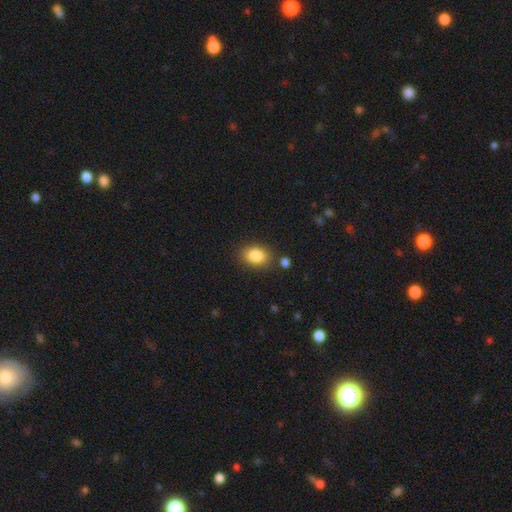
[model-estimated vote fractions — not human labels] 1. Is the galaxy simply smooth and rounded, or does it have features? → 86% smooth, 8% star or artifact, 6% featured or disk.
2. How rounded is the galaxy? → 75% in between, 24% round, 1% cigar-shaped.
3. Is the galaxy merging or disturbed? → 81% none, 12% minor disturbance, 4% merger, 3% major disturbance.